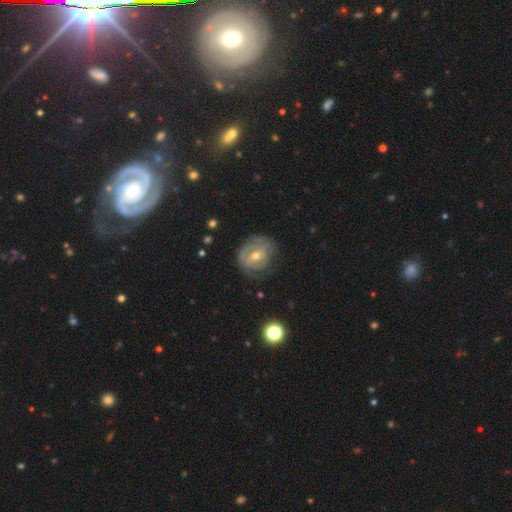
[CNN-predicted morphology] Smooth or featured?
  - featured or disk: 71% *
  - smooth: 21%
  - star or artifact: 8%
Edge-on disk?
  - no: 96% *
  - yes: 4%
Bar?
  - weak: 43% *
  - no: 42%
  - strong: 14%
Spiral arms?
  - yes: 75% *
  - no: 25%
Spiral winding?
  - tight: 65% *
  - medium: 26%
  - loose: 10%
Spiral arm count?
  - can't tell: 47% *
  - 2: 30%
  - 3: 10%
  - 1: 7%
  - 4: 3%
  - more than 4: 3%
Bulge size?
  - moderate: 54% *
  - small: 43%
  - large: 2%
  - none: 1%
  - dominant: 1%
Merging?
  - none: 65% *
  - minor disturbance: 23%
  - major disturbance: 10%
  - merger: 1%